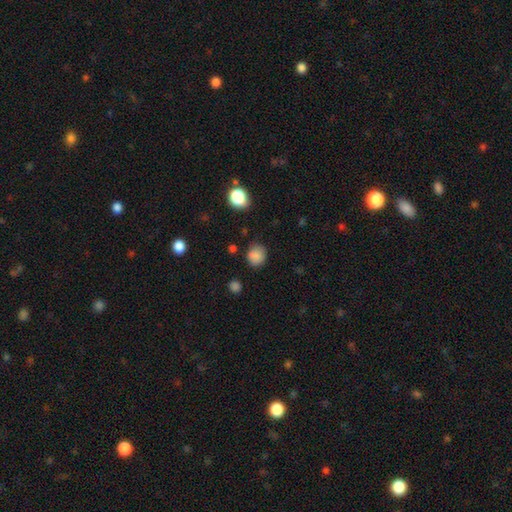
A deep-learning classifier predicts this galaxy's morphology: The model was most divided on "how rounded": round: 75%, in between: 24%, cigar-shaped: 1%. More confident: smooth or featured — smooth (85%); merging — none (77%).